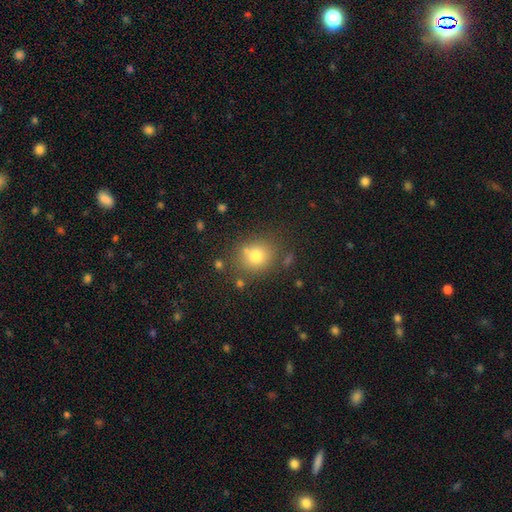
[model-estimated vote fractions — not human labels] The model was most divided on "how rounded": round: 74%, in between: 25%, cigar-shaped: 1%. More confident: smooth or featured — smooth (76%); merging — none (73%).